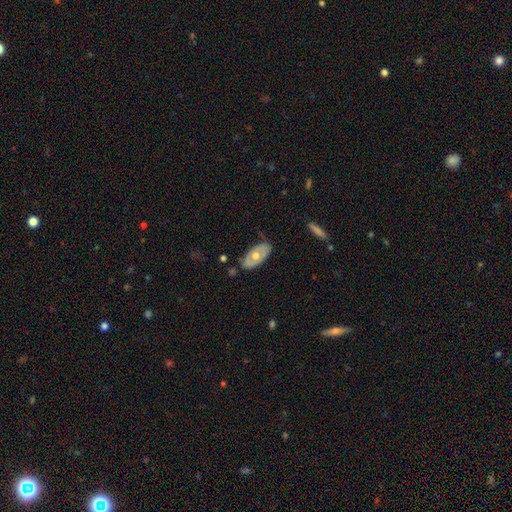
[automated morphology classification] smooth_or_featured: featured or disk (p=0.52) [alt: smooth p=0.42]
disk_edge_on: no (p=0.83) [alt: yes p=0.17]
merging: none (p=0.75) [alt: minor disturbance p=0.19]